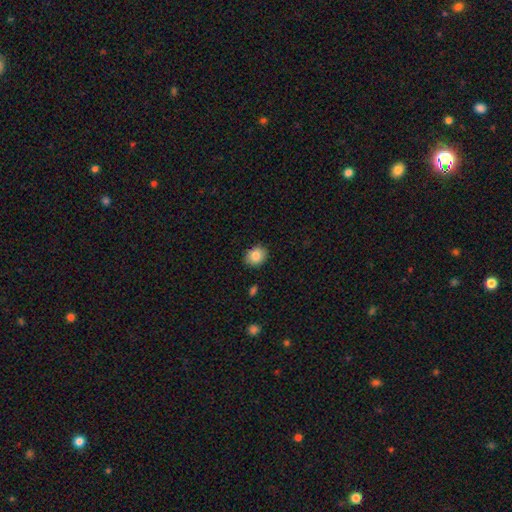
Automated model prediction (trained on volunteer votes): Smooth or featured? Predicted: smooth (p=0.86). How rounded? Predicted: round (p=0.52). Merging? Predicted: none (p=0.87).